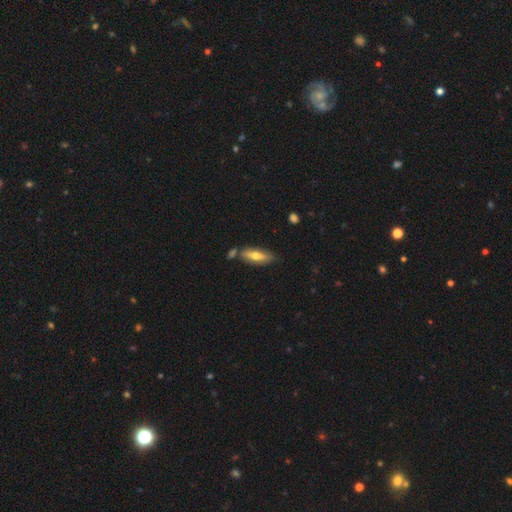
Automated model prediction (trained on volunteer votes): Smooth or featured? Predicted: smooth (p=0.56). How rounded? Predicted: in between (p=0.58). Merging? Predicted: none (p=0.70).